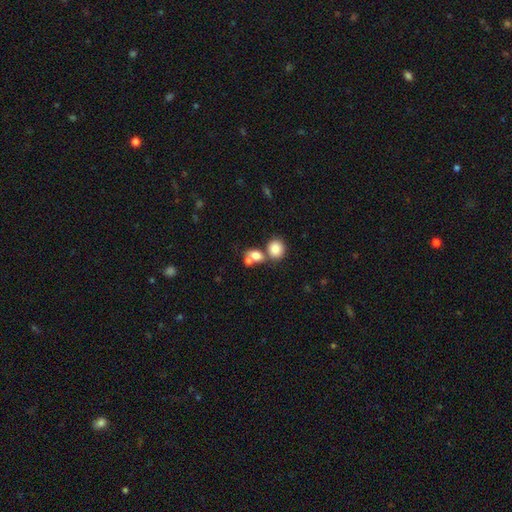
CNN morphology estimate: This appears to be a smooth galaxy with no disk features (78%) that is in between round and cigar-shaped (56%). Merging: merger (49%).